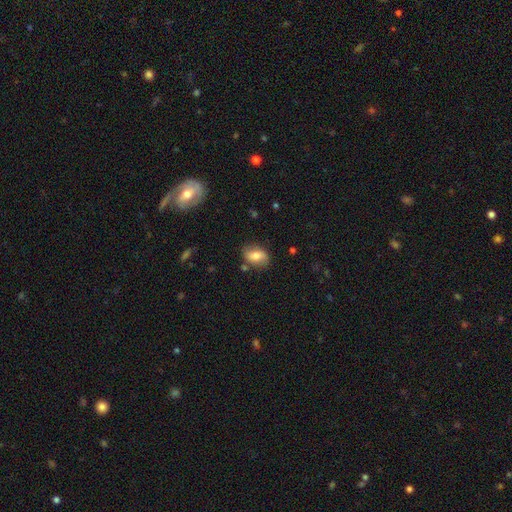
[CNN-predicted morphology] Overall: smooth (69%). How rounded: in between (82%). Merging: none (74%).